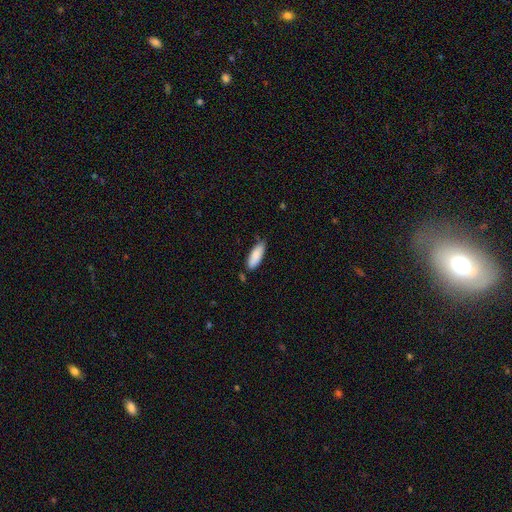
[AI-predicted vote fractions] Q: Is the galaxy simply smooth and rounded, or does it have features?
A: smooth — 87%.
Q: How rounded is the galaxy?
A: in between — 61%.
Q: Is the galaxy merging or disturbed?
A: none — 76%.